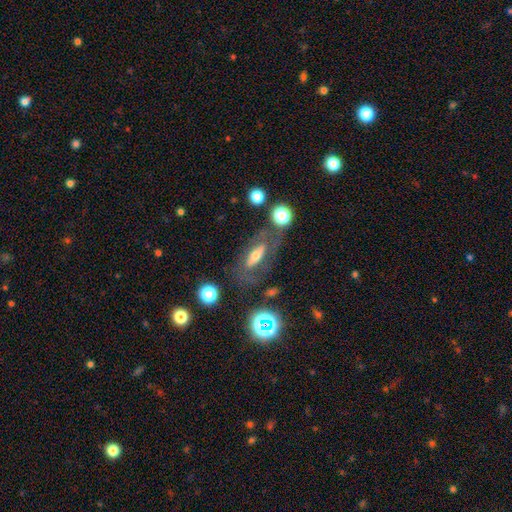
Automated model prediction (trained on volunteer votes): Morphology: type=featured or disk (50%); merging=none (61%).